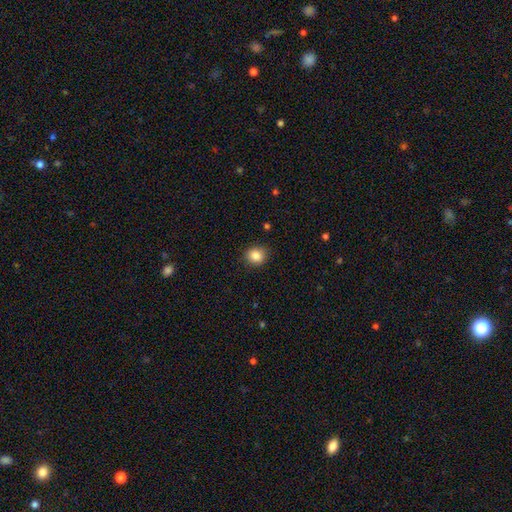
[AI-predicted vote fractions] smooth 85%, star or artifact 10%, featured or disk 5%. Down the decision tree: how rounded — round (77%); merging — none (88%).